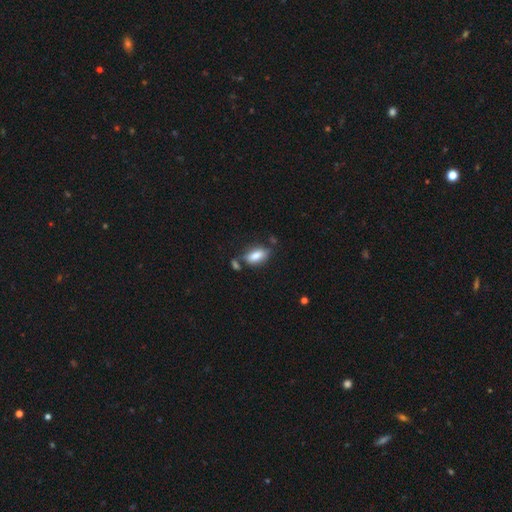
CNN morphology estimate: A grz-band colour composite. It shows a smooth galaxy with no disk features (78%) that is in between round and cigar-shaped (85%). Merging: none (65%).